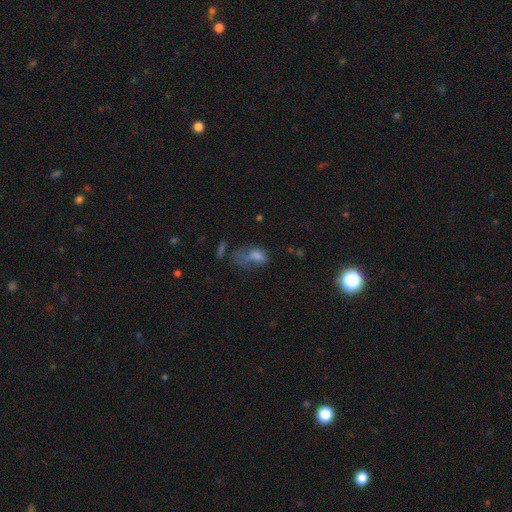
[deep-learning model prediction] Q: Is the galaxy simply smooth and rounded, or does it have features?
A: smooth — 55%.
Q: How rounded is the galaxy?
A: in between — 79%.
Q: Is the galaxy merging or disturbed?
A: major disturbance — 42%.